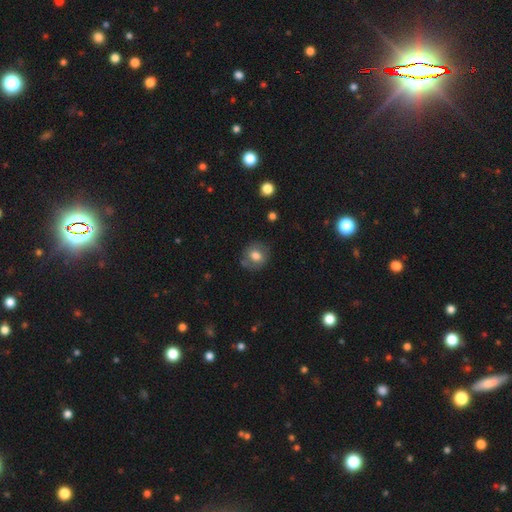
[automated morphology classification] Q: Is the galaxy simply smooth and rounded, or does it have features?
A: smooth — 70%.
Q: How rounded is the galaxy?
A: round — 80%.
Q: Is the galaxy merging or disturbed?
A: none — 78%.